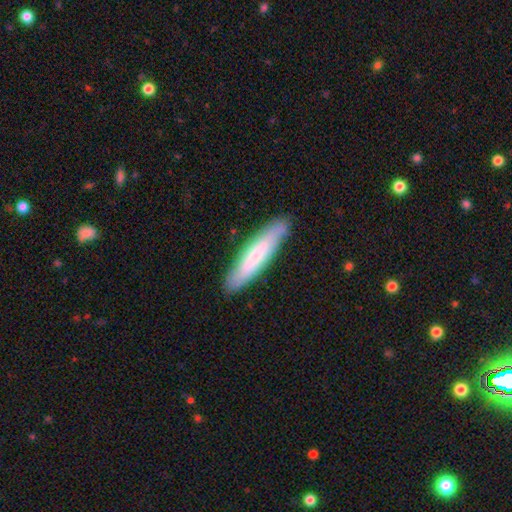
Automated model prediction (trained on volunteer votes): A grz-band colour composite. It shows a smooth galaxy with no disk features (63%) that is cigar-shaped (82%). Merging: none (86%).